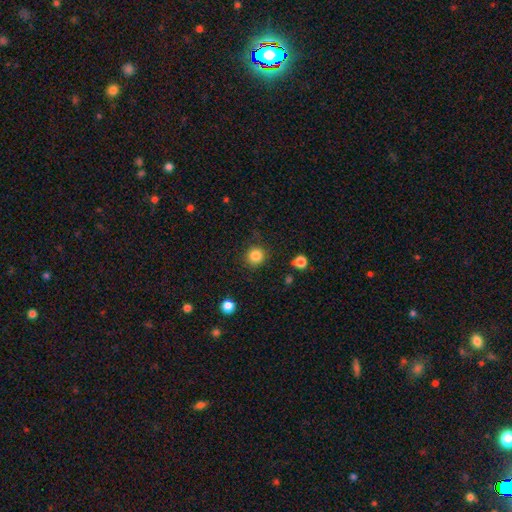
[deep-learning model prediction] This is clearly a smooth galaxy (85%). How rounded: clearly round (93%). Merging: clearly none (87%).